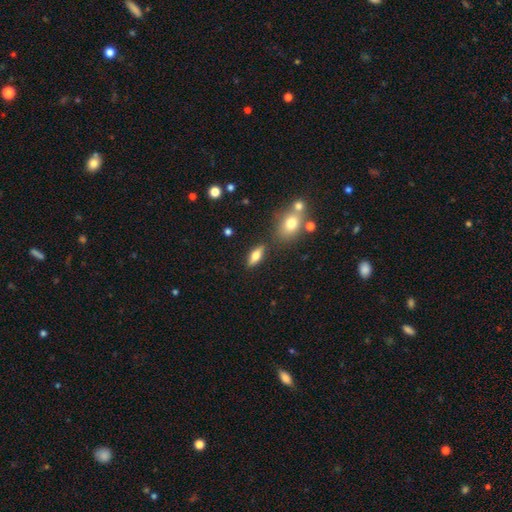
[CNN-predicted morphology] smooth-or-featured: smooth: 63% | featured or disk: 29% | star or artifact: 8%
  how-rounded: in between: 71% | cigar-shaped: 25% | round: 4%
  merging: none: 80% | minor disturbance: 11% | merger: 6% | major disturbance: 3%